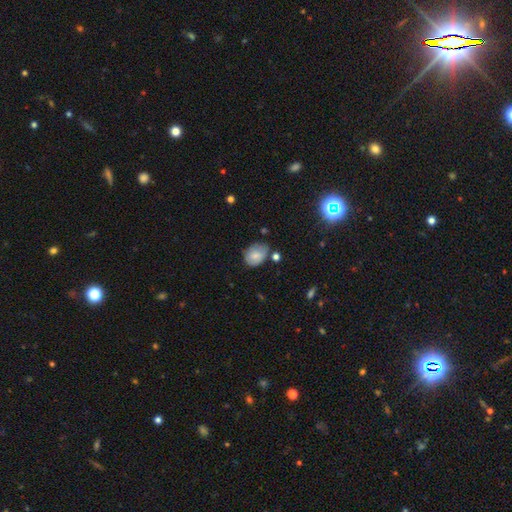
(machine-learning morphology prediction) smooth 73%, featured or disk 18%, star or artifact 9%. Down the decision tree: how rounded — in between (65%); merging — none (60%).